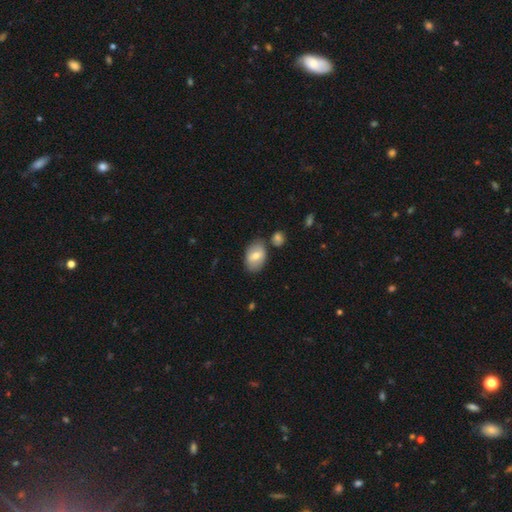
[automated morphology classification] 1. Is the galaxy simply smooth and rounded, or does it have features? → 63% smooth, 31% featured or disk, 6% star or artifact.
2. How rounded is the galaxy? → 88% in between, 10% round, 2% cigar-shaped.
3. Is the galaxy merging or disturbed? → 73% none, 15% minor disturbance, 8% merger, 4% major disturbance.